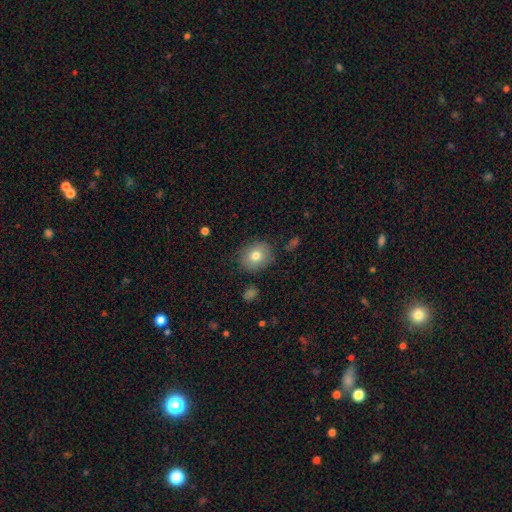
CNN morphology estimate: type=smooth (78%); roundness=round (67%); merging=none (84%).